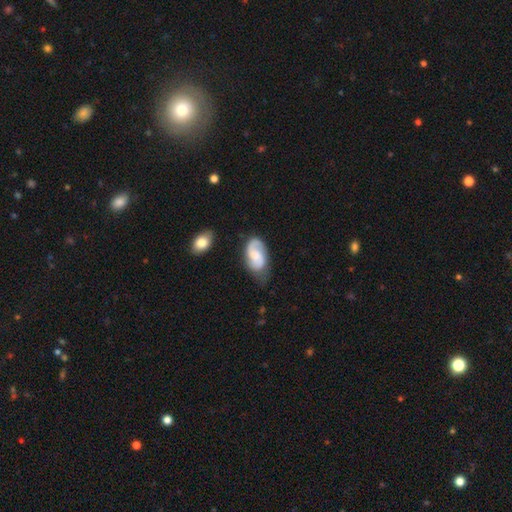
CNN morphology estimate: smooth-or-featured: featured or disk: 62% | smooth: 32% | star or artifact: 6%
  disk-edge-on: no: 97% | yes: 3%
    bar: no: 52% | weak: 40% | strong: 7%
    has-spiral-arms: yes: 92% | no: 8%
      spiral-winding: medium: 47% | tight: 26% | loose: 26%
      spiral-arm-count: 2: 73% | 1: 16% | can't tell: 8% | 3: 1% | 4: 1% | more than 4: 1%
    bulge-size: moderate: 36% | small: 32% | none: 18% | large: 11% | dominant: 2%
  merging: none: 56% | minor disturbance: 30% | major disturbance: 11% | merger: 3%